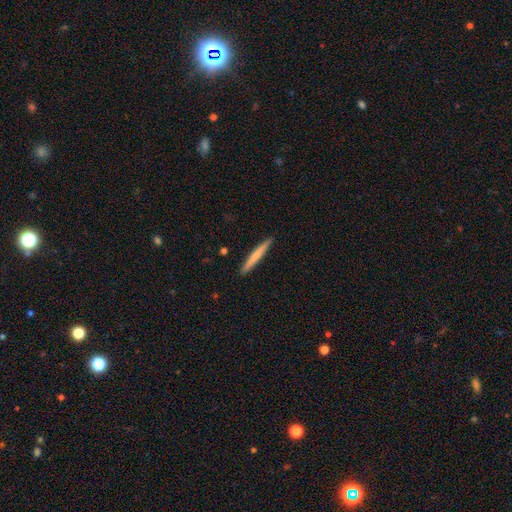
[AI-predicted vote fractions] Q: Smooth or featured?
A: smooth (65%); runner-up: featured or disk (29%)
Q: How rounded?
A: cigar-shaped (96%); runner-up: in between (3%)
Q: Merging?
A: none (92%); runner-up: minor disturbance (6%)